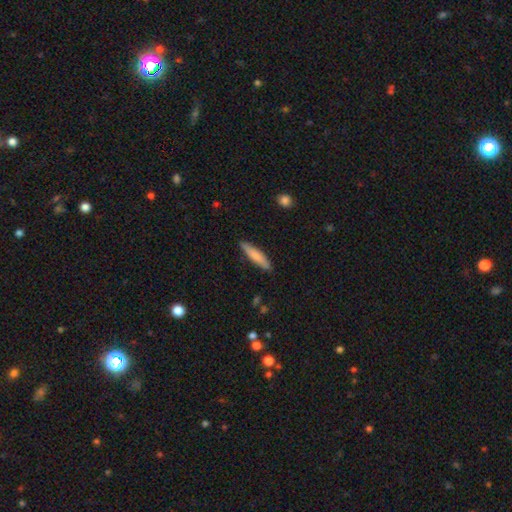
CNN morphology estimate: Smooth or featured? smooth (77%)
How rounded? cigar-shaped (82%)
Merging? none (86%)